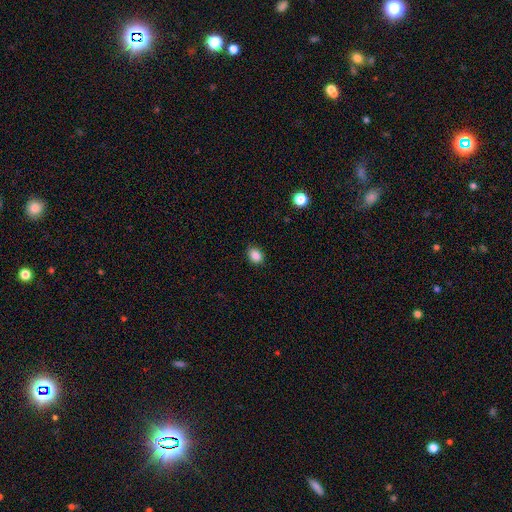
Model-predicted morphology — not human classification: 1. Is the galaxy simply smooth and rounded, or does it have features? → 86% smooth, 10% star or artifact, 4% featured or disk.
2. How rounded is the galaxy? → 64% in between, 35% round, 1% cigar-shaped.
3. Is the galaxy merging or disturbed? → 86% none, 11% minor disturbance, 2% major disturbance, 1% merger.